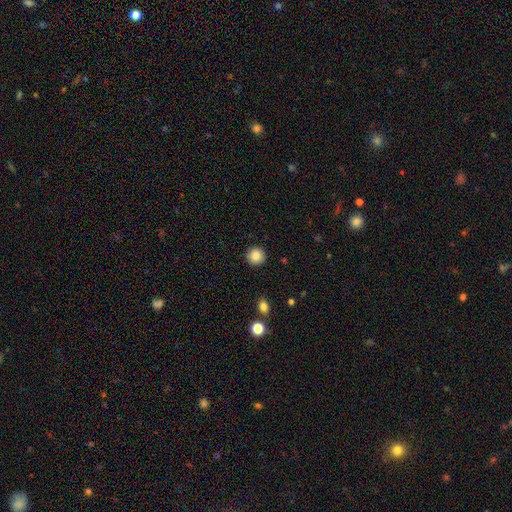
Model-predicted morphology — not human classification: Q: Smooth or featured?
A: smooth (87%); runner-up: star or artifact (9%)
Q: How rounded?
A: round (95%); runner-up: in between (4%)
Q: Merging?
A: none (92%); runner-up: minor disturbance (5%)